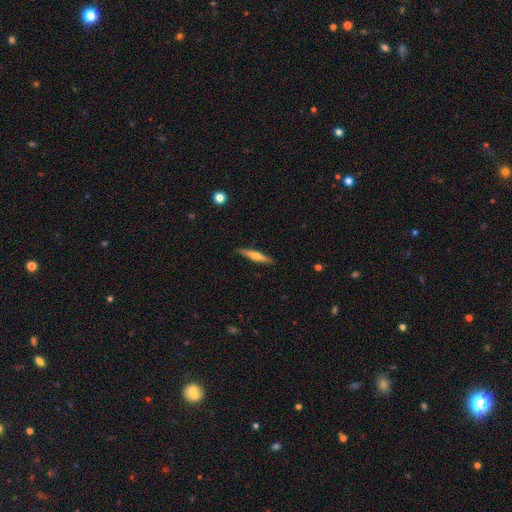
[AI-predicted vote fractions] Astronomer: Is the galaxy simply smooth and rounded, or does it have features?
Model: featured or disk — 51% (runner-up: smooth, 43%).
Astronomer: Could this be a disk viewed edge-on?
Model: yes — 95%.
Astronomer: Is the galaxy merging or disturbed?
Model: none — 89%.